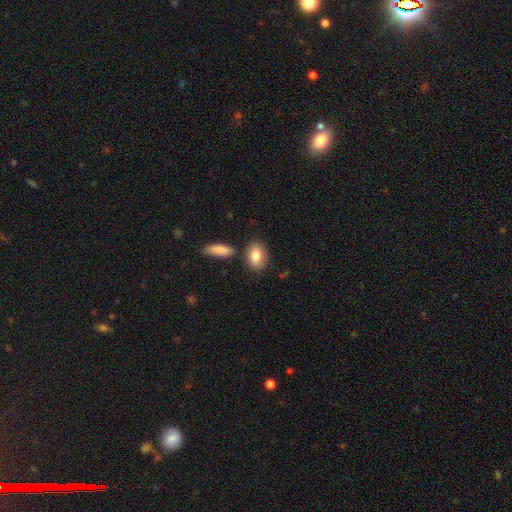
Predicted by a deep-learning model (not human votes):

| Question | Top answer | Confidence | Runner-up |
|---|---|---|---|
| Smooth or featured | smooth | 82% | featured or disk (11%) |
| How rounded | in between | 80% | round (18%) |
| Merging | none | 78% | minor disturbance (11%) |